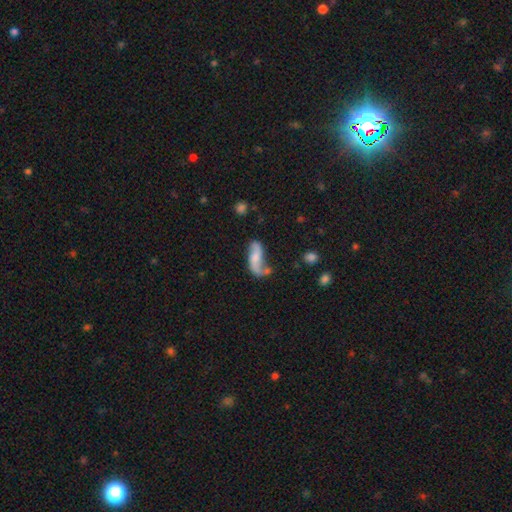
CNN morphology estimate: featured or disk 62%, smooth 31%, star or artifact 7%. Down the decision tree: edge-on disk — no (91%); bar — no (56%); spiral arms — yes (86%); bulge size — small (35%); merging — none (42%).